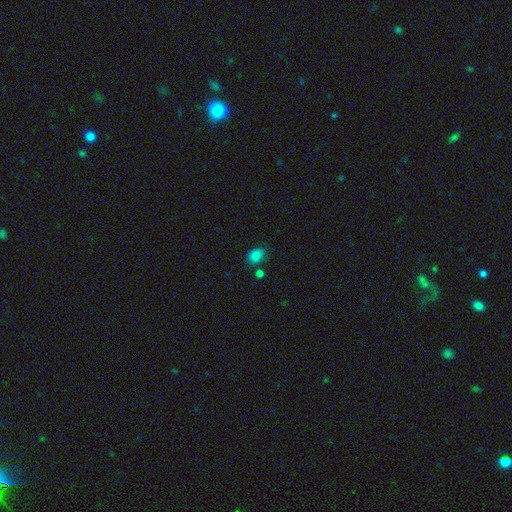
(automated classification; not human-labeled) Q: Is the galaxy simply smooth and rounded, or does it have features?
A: smooth — 82%.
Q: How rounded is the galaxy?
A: in between — 69%.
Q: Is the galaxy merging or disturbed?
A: none — 71%.